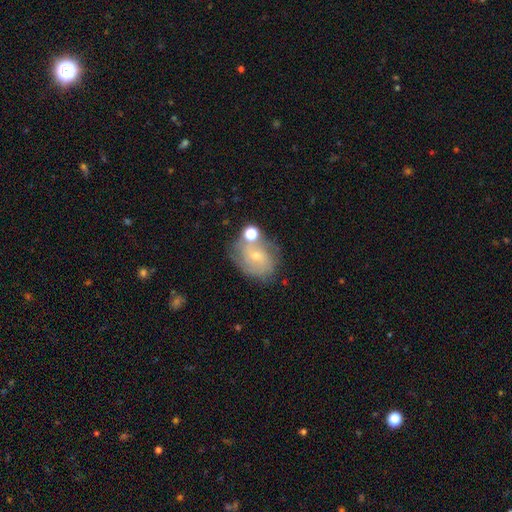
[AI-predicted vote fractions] Q: Smooth or featured?
A: featured or disk (53%); runner-up: smooth (36%)
Q: Edge-on disk?
A: no (97%); runner-up: yes (3%)
Q: Bar?
A: no (65%); runner-up: weak (28%)
Q: Spiral arms?
A: yes (75%); runner-up: no (25%)
Q: Bulge size?
A: small (74%); runner-up: moderate (20%)
Q: Merging?
A: none (53%); runner-up: minor disturbance (20%)